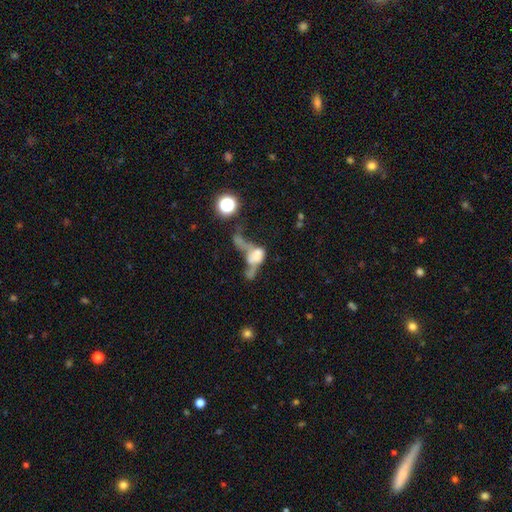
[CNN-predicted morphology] This is marginally a smooth galaxy (43%). Merging: possibly merger (50%).